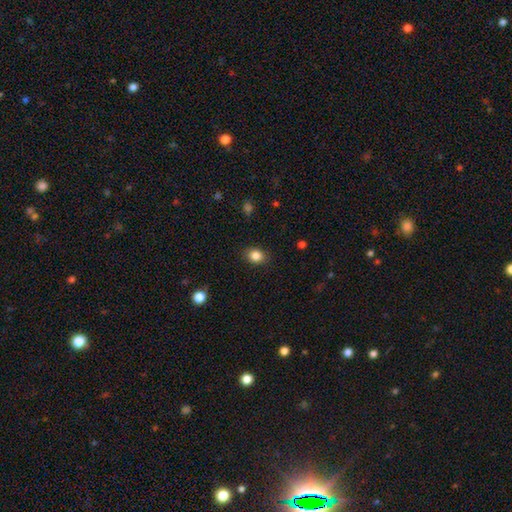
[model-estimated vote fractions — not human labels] The model was most divided on "how rounded": in between: 55%, round: 44%, cigar-shaped: 1%. More confident: merging — none (88%); smooth or featured — smooth (85%).